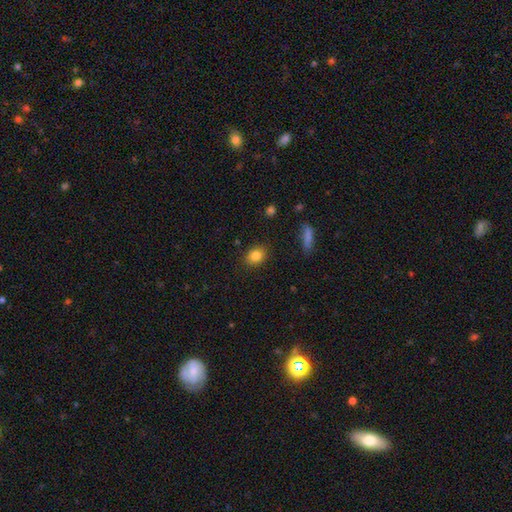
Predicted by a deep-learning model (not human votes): smooth 82%, star or artifact 10%, featured or disk 8%. Down the decision tree: how rounded — in between (51%); merging — none (87%).